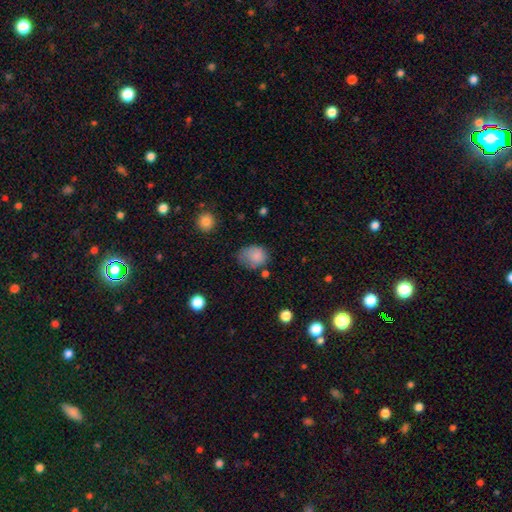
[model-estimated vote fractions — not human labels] smooth-or-featured: smooth: 83% | star or artifact: 9% | featured or disk: 8%
  how-rounded: in between: 53% | round: 46% | cigar-shaped: 1%
  merging: none: 46% | minor disturbance: 35% | major disturbance: 15% | merger: 4%